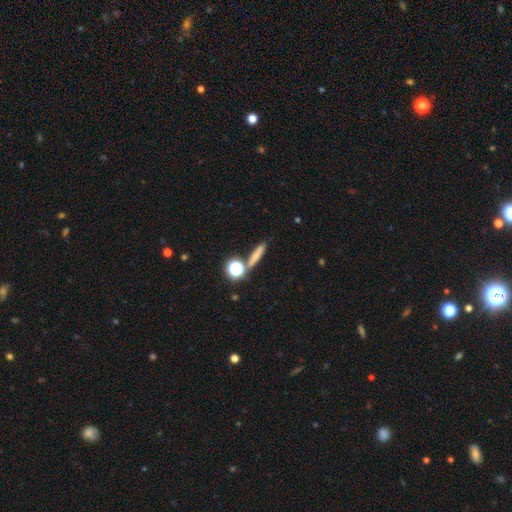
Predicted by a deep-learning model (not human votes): Overall: smooth (67%). How rounded: cigar-shaped (67%). Merging: none (75%).